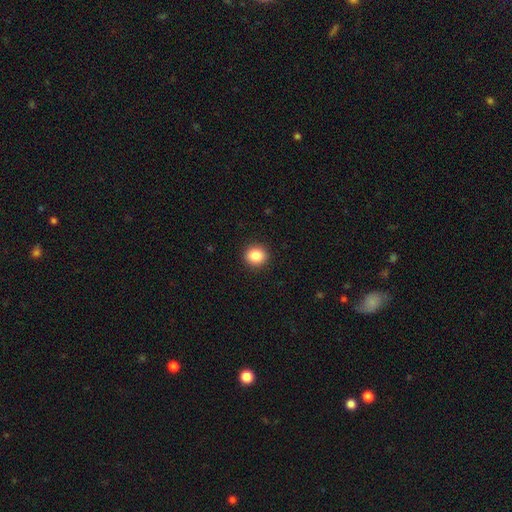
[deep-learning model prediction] The model was most divided on "how rounded": round: 84%, in between: 15%, cigar-shaped: 1%. More confident: merging — none (92%); smooth or featured — smooth (86%).